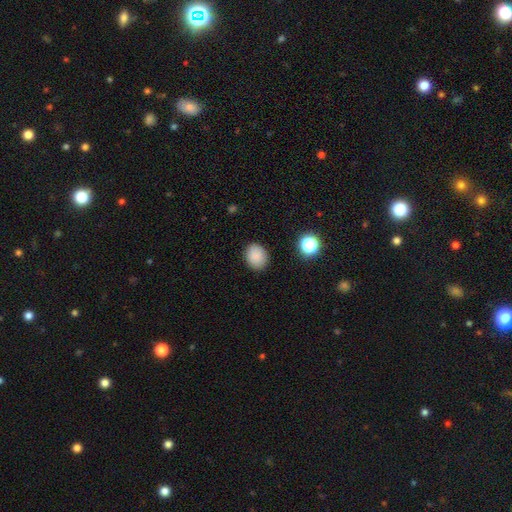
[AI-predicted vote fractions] A smooth galaxy with no disk features (86%) that is round (55%).

Vote fractions:
- Smooth or featured? smooth: 86% / star or artifact: 10% / featured or disk: 4%
- How rounded? round: 55% / in between: 44% / cigar-shaped: 1%
- Merging? none: 87% / minor disturbance: 9% / major disturbance: 2% / merger: 1%